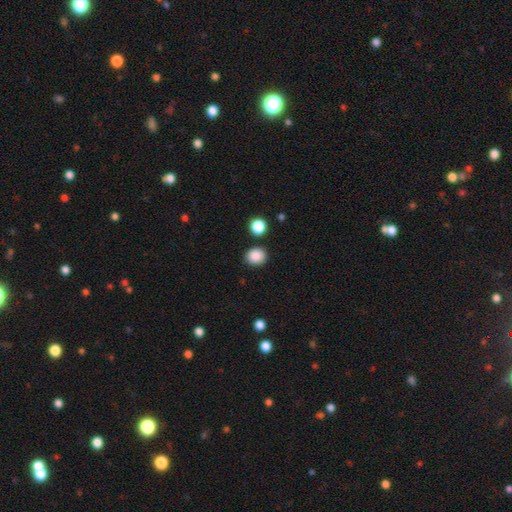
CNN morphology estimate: Smooth or featured? smooth (87%)
How rounded? round (67%)
Merging? none (85%)